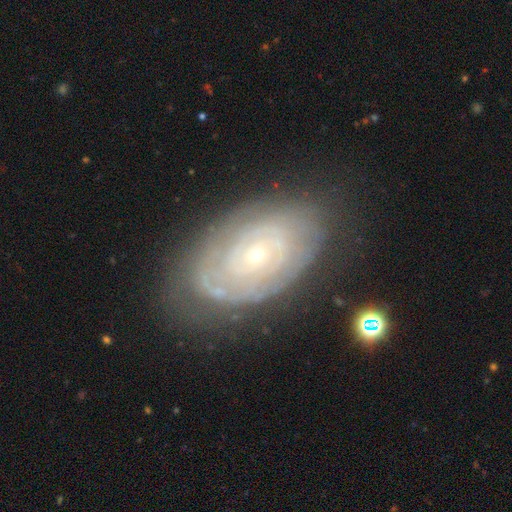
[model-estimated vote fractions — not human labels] This appears to be a featured or disk galaxy (78%) with no bar (81%), tight (81%) spiral arms (75%) and a small central bulge (72%). Merging: none (73%).